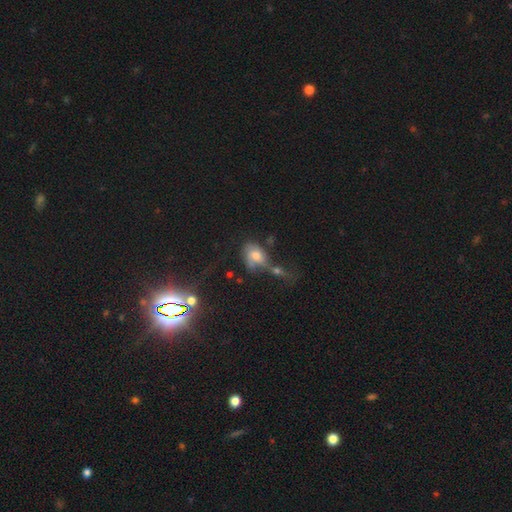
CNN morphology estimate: smooth_or_featured: smooth (p=0.48) [alt: featured or disk p=0.39]
merging: merger (p=0.36) [alt: none p=0.24]